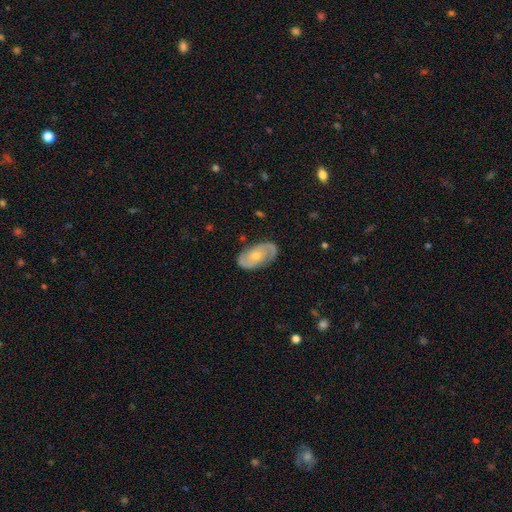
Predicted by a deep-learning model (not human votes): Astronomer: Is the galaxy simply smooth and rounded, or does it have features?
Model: featured or disk — 68%.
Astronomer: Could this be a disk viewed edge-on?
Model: no — 95%.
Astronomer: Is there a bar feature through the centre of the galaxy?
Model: no — 70%.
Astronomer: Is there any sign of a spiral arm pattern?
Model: yes — 86%.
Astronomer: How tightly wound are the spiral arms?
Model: medium — 44% (runner-up: tight, 34%).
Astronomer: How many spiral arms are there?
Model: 2 — 82%.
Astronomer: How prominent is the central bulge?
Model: moderate — 50% (runner-up: small, 45%).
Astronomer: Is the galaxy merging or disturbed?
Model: none — 81%.